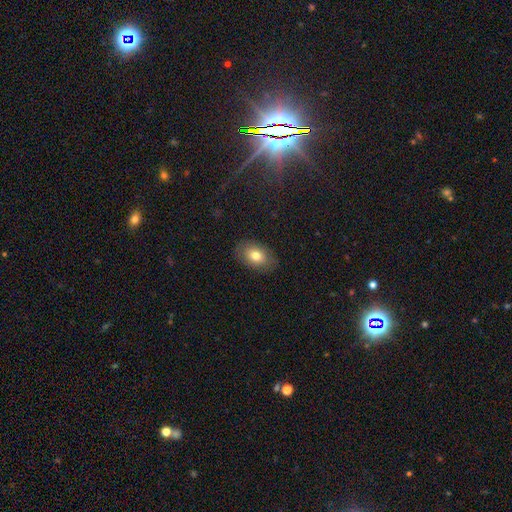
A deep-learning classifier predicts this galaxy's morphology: Q: Smooth or featured?
A: smooth (76%); runner-up: featured or disk (15%)
Q: How rounded?
A: in between (86%); runner-up: round (13%)
Q: Merging?
A: none (86%); runner-up: minor disturbance (11%)